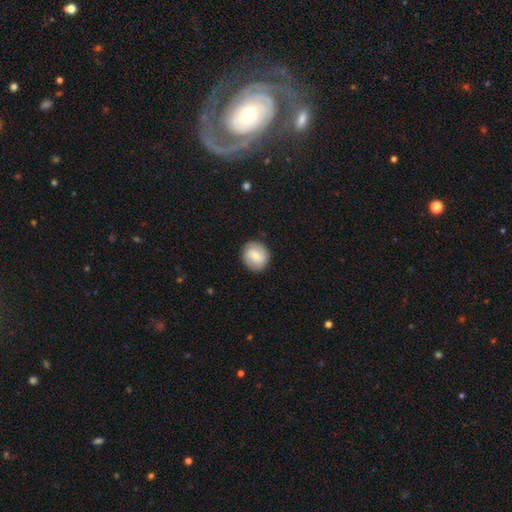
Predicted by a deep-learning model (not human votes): smooth 56%, featured or disk 37%, star or artifact 6%. Down the decision tree: how rounded — round (86%); merging — none (88%).